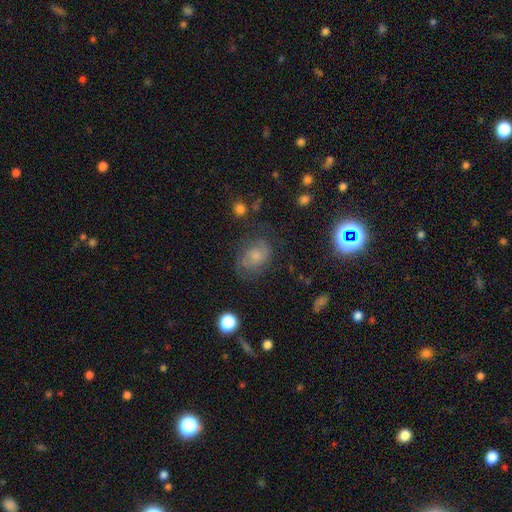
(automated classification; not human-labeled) The model was most divided on "smooth or featured": featured or disk: 48%, smooth: 36%, star or artifact: 16%. More confident: merging — none (64%).